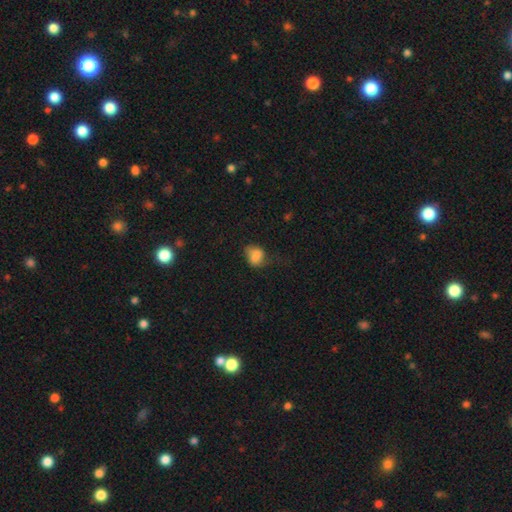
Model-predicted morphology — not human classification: smooth-or-featured: smooth: 79% | featured or disk: 11% | star or artifact: 10%
  how-rounded: in between: 62% | round: 36% | cigar-shaped: 2%
  merging: none: 47% | minor disturbance: 33% | major disturbance: 16% | merger: 5%